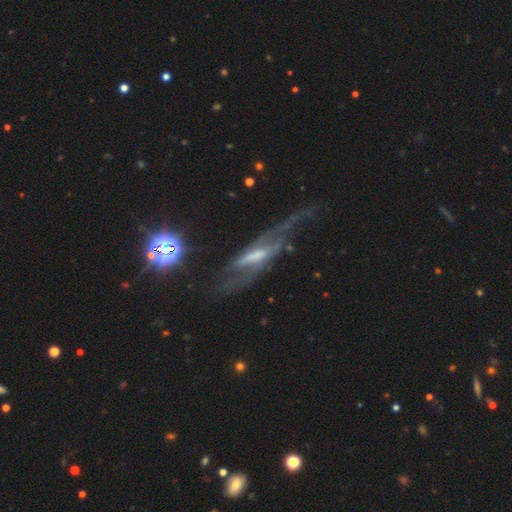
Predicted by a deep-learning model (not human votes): This is clearly a featured or disk galaxy (81%). It is likely not viewed edge-on (76%). Bar: marginally weak (39%, tied with strong). Spiral arm pattern: clearly yes (89%). Spiral arm count: clearly 2 (81%). Spiral winding: possibly loose (54%). Central bulge: marginally moderate (38%). Merging: possibly none (49%).